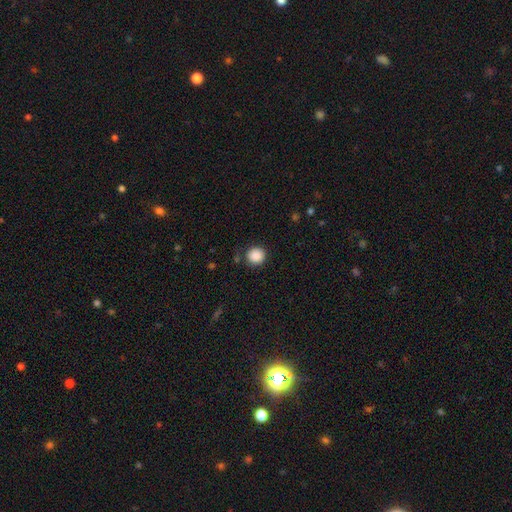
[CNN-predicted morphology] Smooth or featured?
  - smooth: 88% *
  - star or artifact: 9%
  - featured or disk: 3%
How rounded?
  - round: 92% *
  - in between: 8%
  - cigar-shaped: 1%
Merging?
  - none: 85% *
  - minor disturbance: 9%
  - major disturbance: 3%
  - merger: 2%